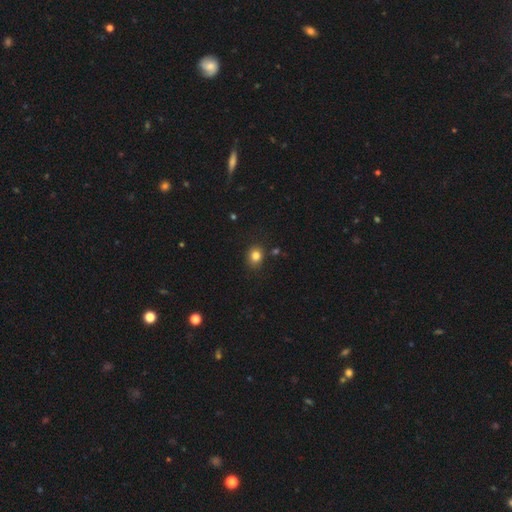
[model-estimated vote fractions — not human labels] Morphology: type=smooth (83%); roundness=round (67%); merging=none (82%).